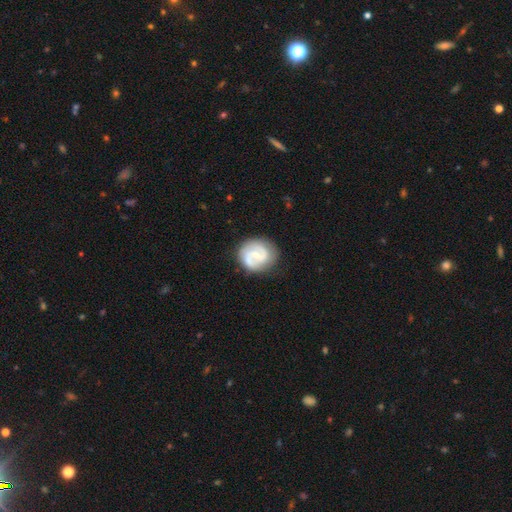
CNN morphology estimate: smooth-or-featured: featured or disk: 74% | smooth: 21% | star or artifact: 5%
  disk-edge-on: no: 98% | yes: 2%
    bar: weak: 50% | no: 38% | strong: 12%
    has-spiral-arms: yes: 92% | no: 8%
      spiral-winding: medium: 46% | tight: 38% | loose: 16%
      spiral-arm-count: 2: 80% | can't tell: 9% | 1: 4% | 3: 4% | 4: 1% | more than 4: 1%
    bulge-size: small: 62% | moderate: 26% | none: 9% | large: 2% | dominant: 1%
  merging: none: 78% | minor disturbance: 15% | major disturbance: 5% | merger: 2%